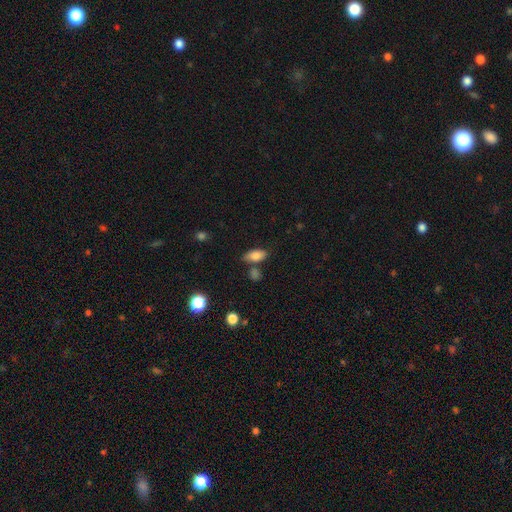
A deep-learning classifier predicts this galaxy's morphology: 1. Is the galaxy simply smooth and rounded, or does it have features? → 82% smooth, 10% featured or disk, 9% star or artifact.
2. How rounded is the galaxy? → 86% in between, 10% cigar-shaped, 4% round.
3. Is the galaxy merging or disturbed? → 70% none, 15% minor disturbance, 11% merger, 4% major disturbance.